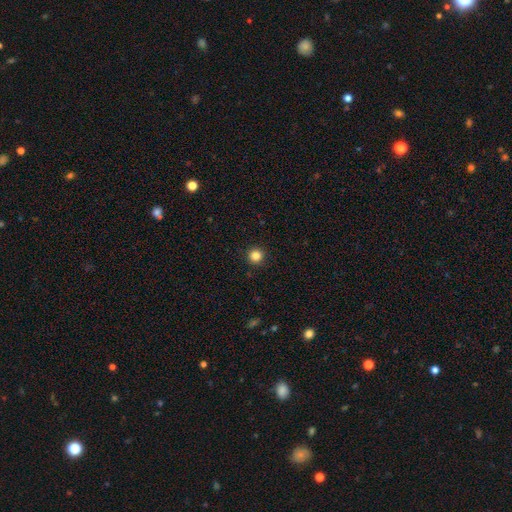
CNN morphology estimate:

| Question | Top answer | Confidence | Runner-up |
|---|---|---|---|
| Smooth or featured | smooth | 84% | star or artifact (12%) |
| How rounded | round | 96% | in between (3%) |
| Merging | none | 93% | minor disturbance (5%) |